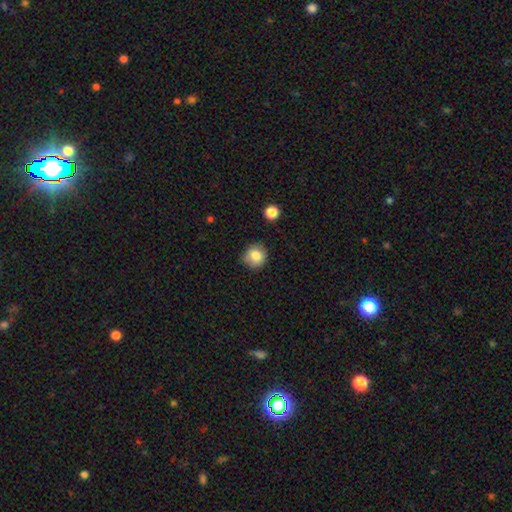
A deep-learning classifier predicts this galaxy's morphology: Smooth or featured?
  - smooth: 84% *
  - star or artifact: 9%
  - featured or disk: 7%
How rounded?
  - round: 89% *
  - in between: 10%
  - cigar-shaped: 1%
Merging?
  - none: 84% *
  - minor disturbance: 12%
  - major disturbance: 3%
  - merger: 2%